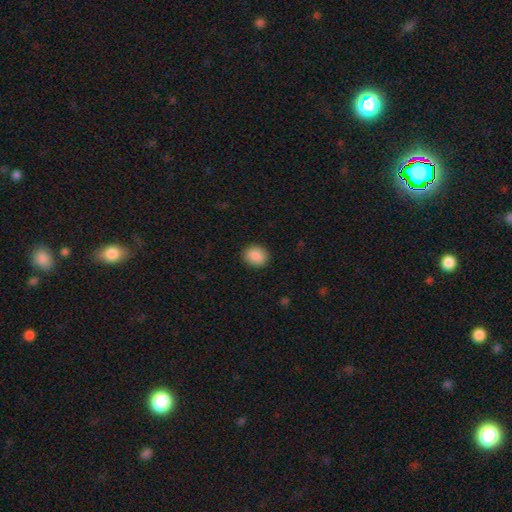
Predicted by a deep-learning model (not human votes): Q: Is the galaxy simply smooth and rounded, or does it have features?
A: smooth — 89%.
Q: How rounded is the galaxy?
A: round — 64%.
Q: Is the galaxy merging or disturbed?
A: none — 90%.